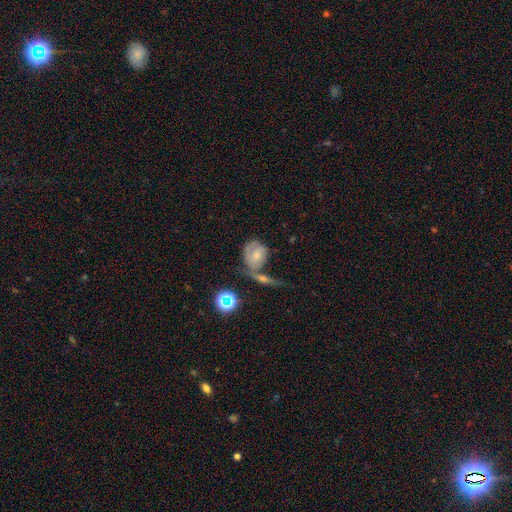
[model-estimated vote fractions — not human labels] A smooth galaxy with no disk features (46%).

Vote fractions:
- Smooth or featured? smooth: 46% / featured or disk: 42% / star or artifact: 12%
- Merging? merger: 37% / none: 29% / minor disturbance: 17% / major disturbance: 17%